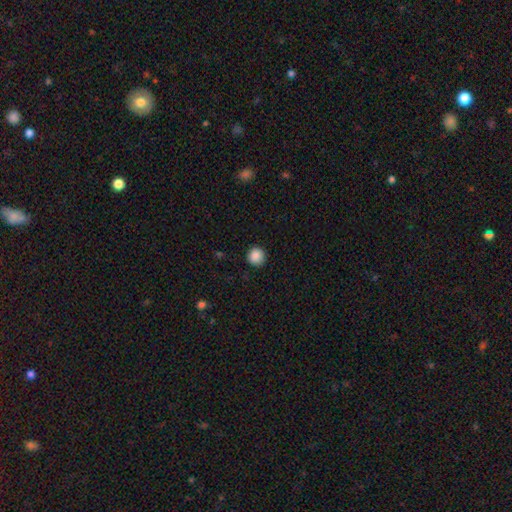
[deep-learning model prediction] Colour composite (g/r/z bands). It shows a smooth galaxy with no disk features (88%) that is round (94%). Merging: none (91%).